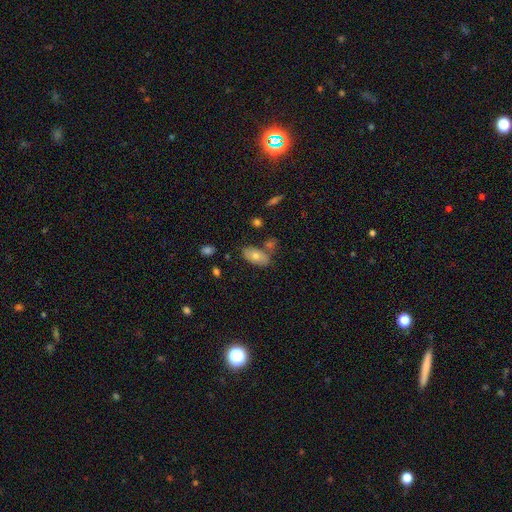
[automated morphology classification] type=smooth (66%); roundness=in between (92%); merging=none (65%).